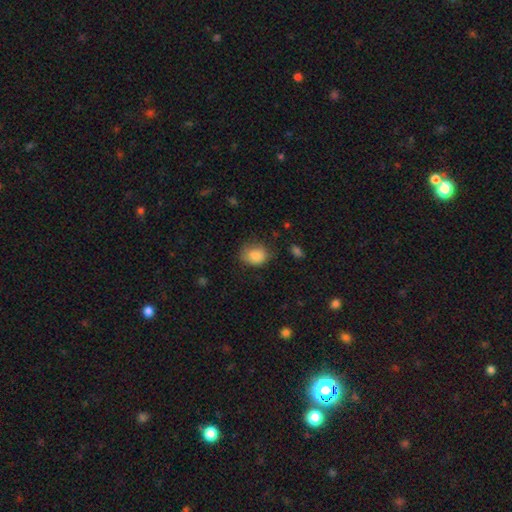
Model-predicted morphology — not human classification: Smooth or featured?
  - smooth: 85% *
  - star or artifact: 8%
  - featured or disk: 6%
How rounded?
  - round: 55% *
  - in between: 44%
  - cigar-shaped: 1%
Merging?
  - none: 61% *
  - minor disturbance: 28%
  - major disturbance: 9%
  - merger: 2%